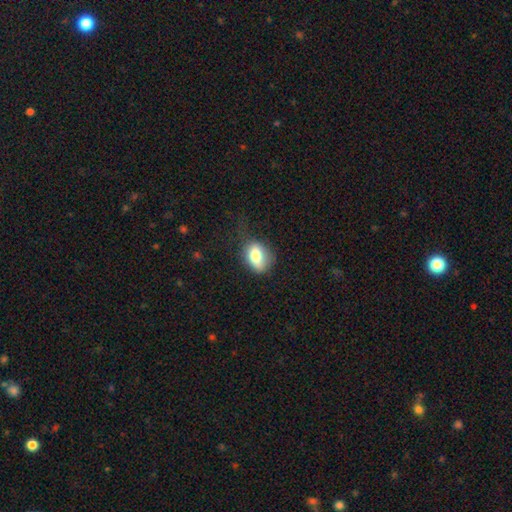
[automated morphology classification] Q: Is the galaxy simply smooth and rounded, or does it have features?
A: smooth — 76%.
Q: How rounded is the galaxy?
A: in between — 71%.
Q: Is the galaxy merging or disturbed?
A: none — 54%.